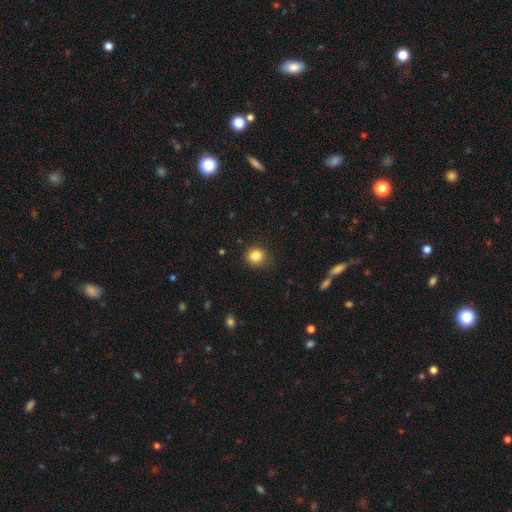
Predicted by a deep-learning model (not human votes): smooth 84%, star or artifact 11%, featured or disk 5%. Down the decision tree: how rounded — round (81%); merging — none (83%).